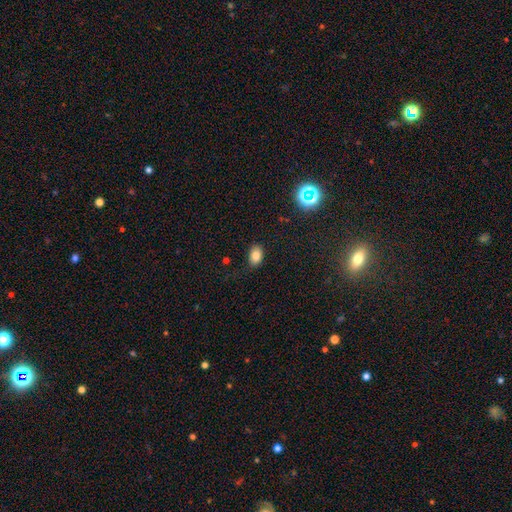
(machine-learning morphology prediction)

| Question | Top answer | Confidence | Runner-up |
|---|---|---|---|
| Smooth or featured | smooth | 81% | star or artifact (11%) |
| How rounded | in between | 83% | round (15%) |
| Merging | none | 82% | minor disturbance (13%) |